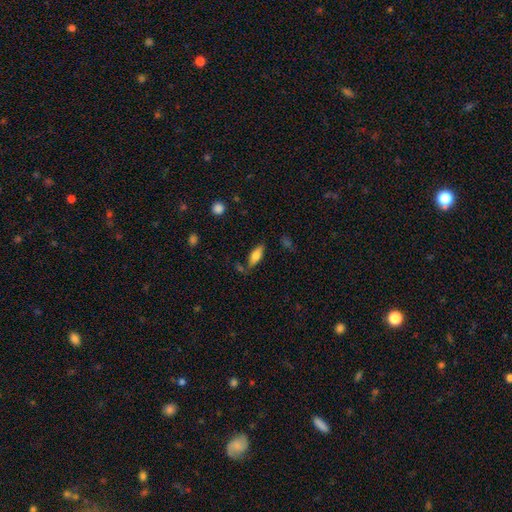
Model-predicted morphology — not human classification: type=smooth (70%); roundness=in between (76%); merging=none (73%).